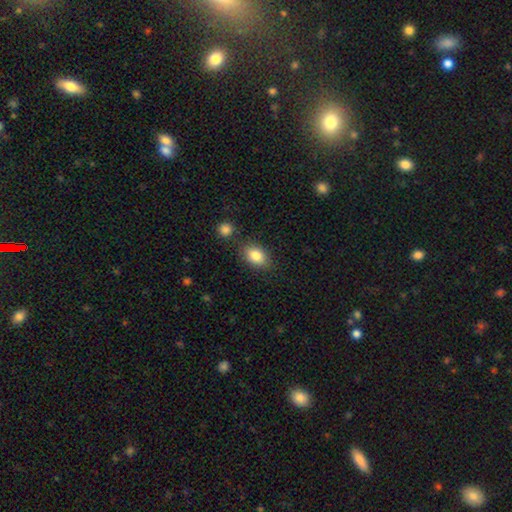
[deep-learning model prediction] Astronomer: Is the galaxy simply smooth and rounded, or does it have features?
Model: smooth — 84%.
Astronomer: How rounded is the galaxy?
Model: in between — 81%.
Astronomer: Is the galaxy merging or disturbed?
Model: none — 78%.